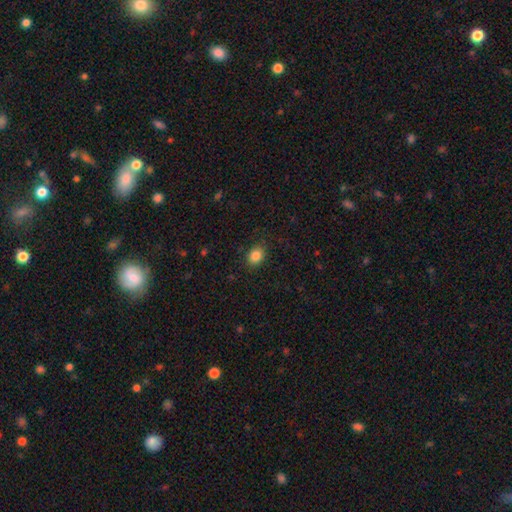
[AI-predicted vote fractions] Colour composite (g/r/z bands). It shows a smooth galaxy with no disk features (85%) that is in between round and cigar-shaped (54%). Merging: none (87%).